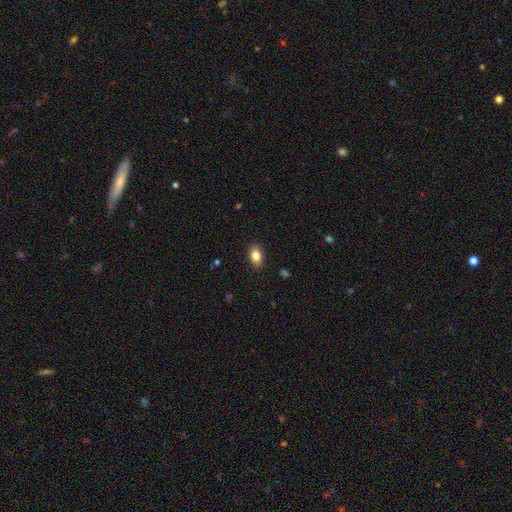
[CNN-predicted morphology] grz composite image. It shows a smooth galaxy with no disk features (84%) that is in between round and cigar-shaped (85%). Merging: none (88%).